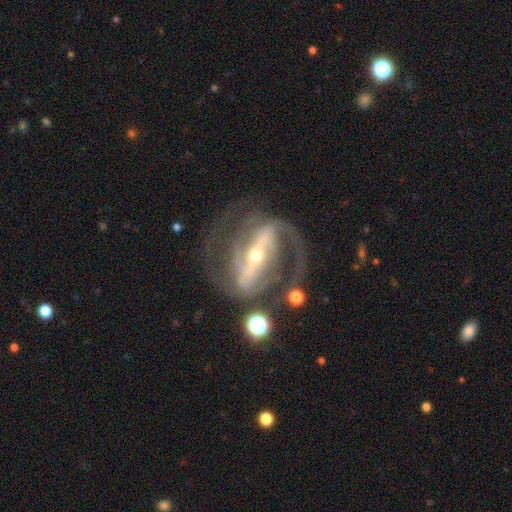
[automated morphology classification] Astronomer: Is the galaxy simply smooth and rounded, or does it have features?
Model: featured or disk — 91%.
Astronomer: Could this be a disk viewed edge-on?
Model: no — 94%.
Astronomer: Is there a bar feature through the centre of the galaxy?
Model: strong — 77%.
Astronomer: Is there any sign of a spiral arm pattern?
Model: yes — 96%.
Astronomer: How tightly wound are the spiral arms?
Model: medium — 52% (runner-up: tight, 30%).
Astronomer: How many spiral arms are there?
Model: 2 — 78%.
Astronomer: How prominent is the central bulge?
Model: small — 64%.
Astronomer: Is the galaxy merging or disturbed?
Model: none — 66%.